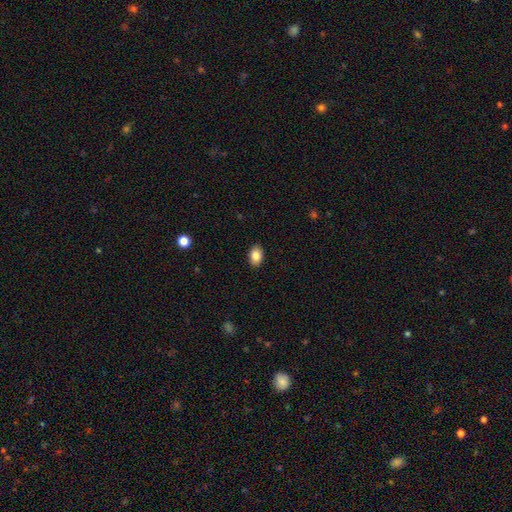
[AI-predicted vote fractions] Q: Smooth or featured?
A: smooth (86%); runner-up: star or artifact (8%)
Q: How rounded?
A: in between (85%); runner-up: round (14%)
Q: Merging?
A: none (89%); runner-up: minor disturbance (8%)